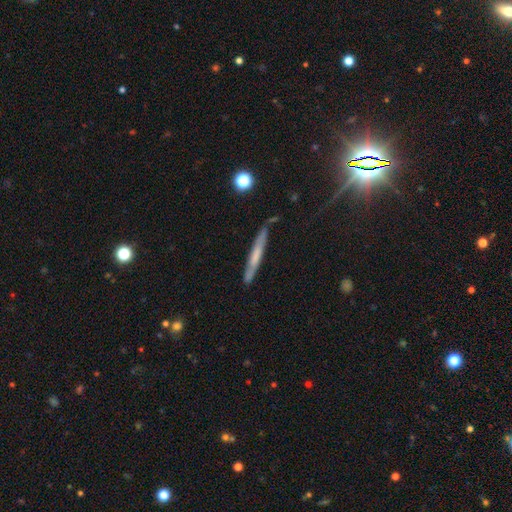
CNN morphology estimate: smooth 47%, featured or disk 46%, star or artifact 7%. Down the decision tree: merging — none (82%).